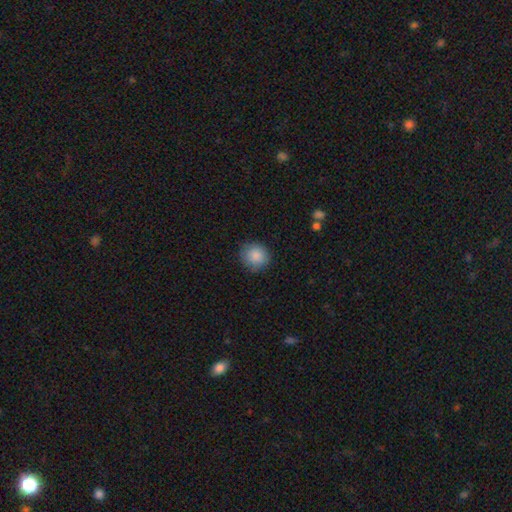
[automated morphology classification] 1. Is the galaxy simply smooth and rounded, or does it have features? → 88% smooth, 8% star or artifact, 4% featured or disk.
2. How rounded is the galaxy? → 89% round, 10% in between, 1% cigar-shaped.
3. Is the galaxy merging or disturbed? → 86% none, 11% minor disturbance, 3% major disturbance, 1% merger.